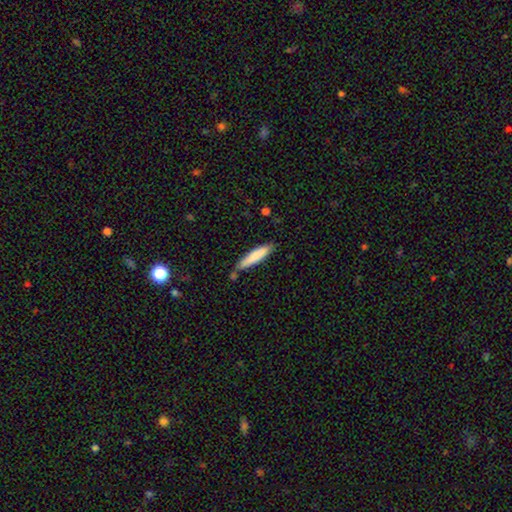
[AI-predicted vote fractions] Overall: smooth (80%). How rounded: cigar-shaped (84%). Merging: none (74%).